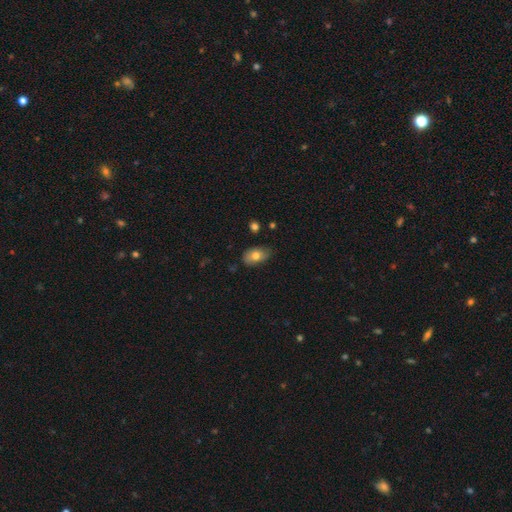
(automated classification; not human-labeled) This is likely a smooth galaxy (75%). How rounded: clearly in between (89%). Merging: likely none (73%).